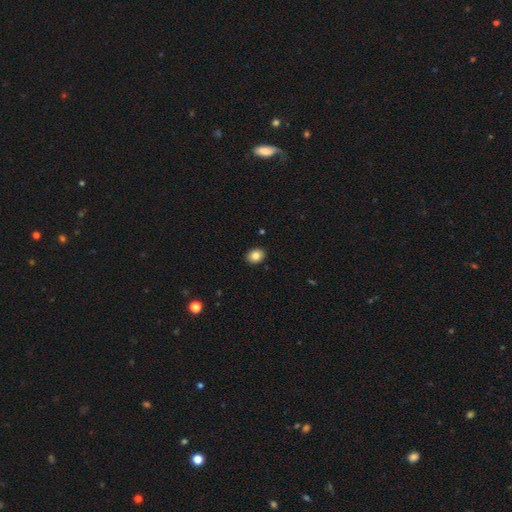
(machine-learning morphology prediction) A smooth galaxy with no disk features (83%) that is in between round and cigar-shaped (55%). Merging: none (91%).